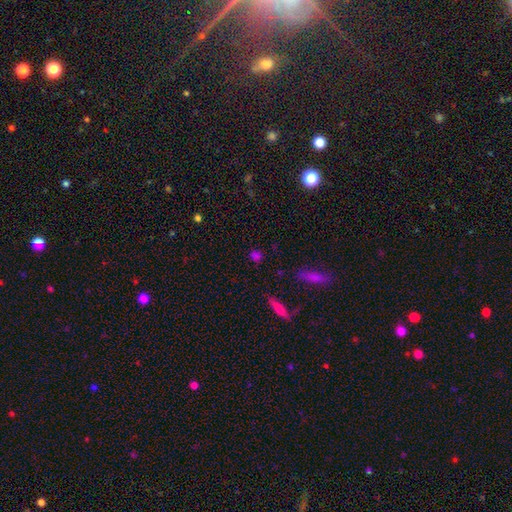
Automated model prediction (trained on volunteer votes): Smooth or featured: smooth — 67% (star or artifact — 26%)
How rounded: round — 66% (in between — 27%)
Merging: none — 83% (minor disturbance — 10%)